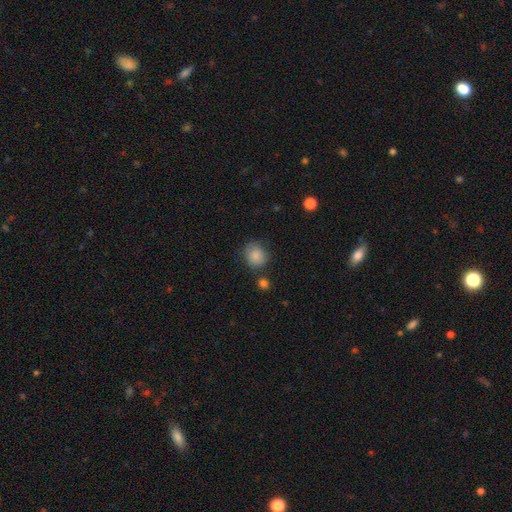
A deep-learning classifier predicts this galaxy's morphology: smooth_or_featured: smooth (p=0.87) [alt: star or artifact p=0.08]
how_rounded: round (p=0.71) [alt: in between p=0.28]
merging: none (p=0.71) [alt: minor disturbance p=0.18]